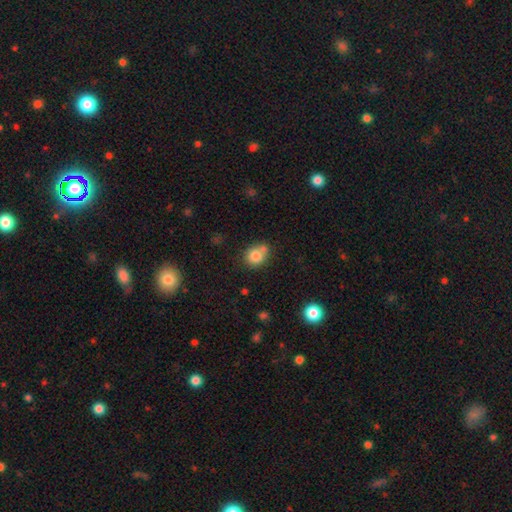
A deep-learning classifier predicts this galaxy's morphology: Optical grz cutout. It shows a smooth galaxy with no disk features (80%) that is round (70%). Merging: none (52%).